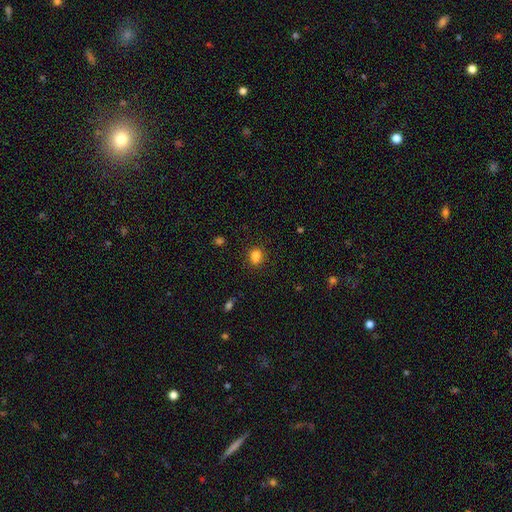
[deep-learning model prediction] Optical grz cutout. It shows a smooth galaxy with no disk features (81%) that is round (56%). Merging: none (71%).